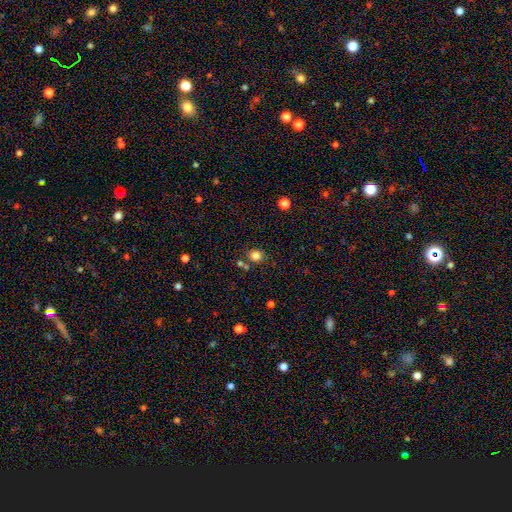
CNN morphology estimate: smooth 82%, star or artifact 13%, featured or disk 6%. Down the decision tree: how rounded — round (70%); merging — none (76%).